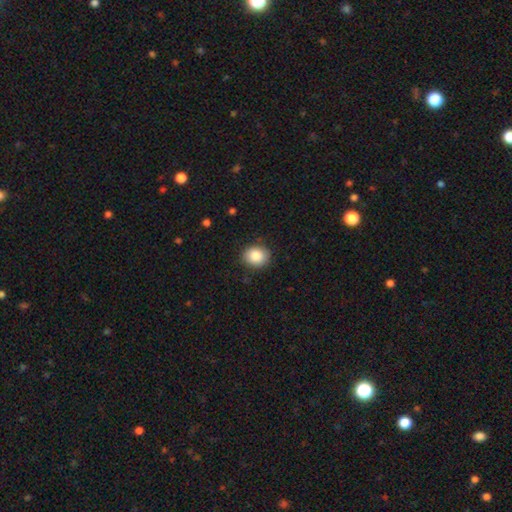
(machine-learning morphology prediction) smooth 87%, star or artifact 8%, featured or disk 5%. Down the decision tree: how rounded — round (65%); merging — none (86%).